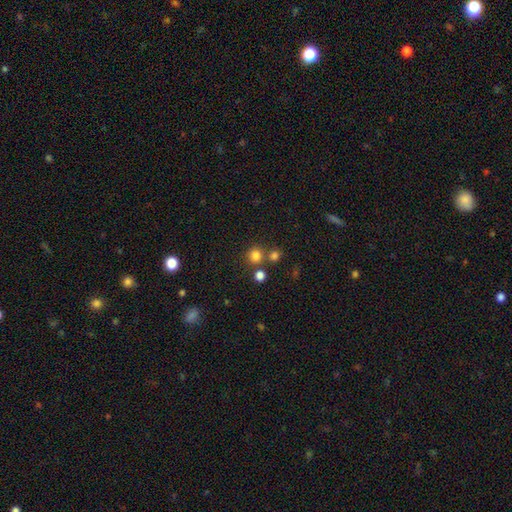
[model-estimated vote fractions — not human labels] Smooth or featured? smooth (78%)
How rounded? round (90%)
Merging? none (72%)